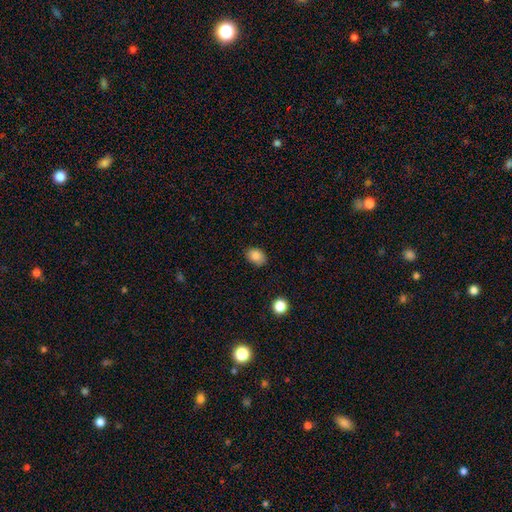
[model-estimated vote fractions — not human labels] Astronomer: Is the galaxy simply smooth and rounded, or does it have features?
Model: smooth — 84%.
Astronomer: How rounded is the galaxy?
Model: in between — 71%.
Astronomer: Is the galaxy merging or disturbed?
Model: none — 83%.